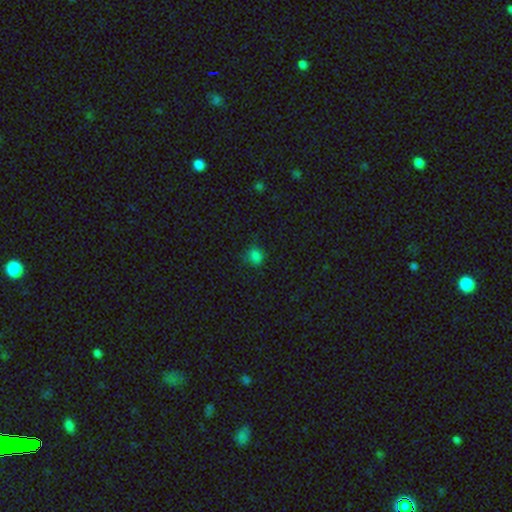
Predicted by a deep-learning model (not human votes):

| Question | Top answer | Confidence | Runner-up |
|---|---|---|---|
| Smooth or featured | smooth | 78% | star or artifact (19%) |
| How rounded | round | 69% | in between (30%) |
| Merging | none | 77% | minor disturbance (17%) |